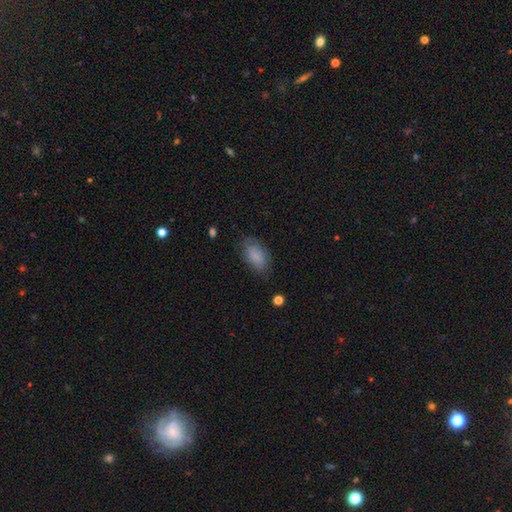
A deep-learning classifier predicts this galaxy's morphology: smooth_or_featured: smooth (p=0.83) [alt: featured or disk p=0.10]
how_rounded: in between (p=0.92) [alt: round p=0.05]
merging: none (p=0.72) [alt: minor disturbance p=0.20]